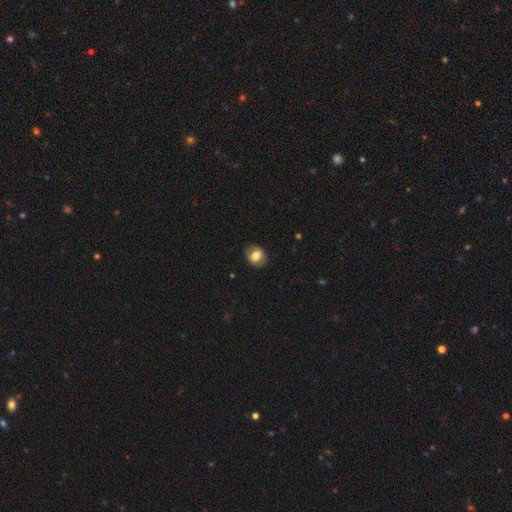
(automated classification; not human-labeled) Q: Smooth or featured?
A: smooth (75%); runner-up: featured or disk (17%)
Q: How rounded?
A: round (55%); runner-up: in between (44%)
Q: Merging?
A: none (82%); runner-up: minor disturbance (13%)